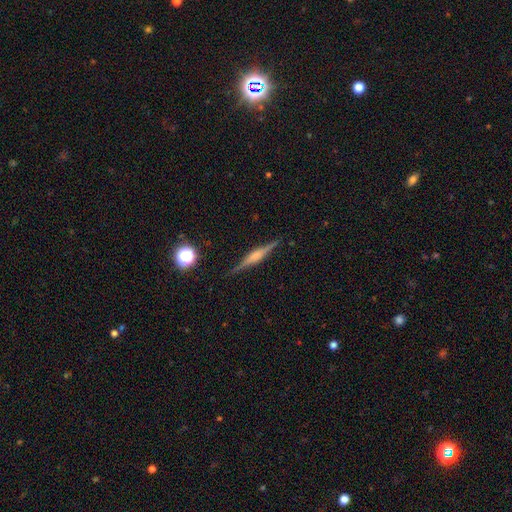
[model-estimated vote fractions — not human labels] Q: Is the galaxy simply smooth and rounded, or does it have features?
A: featured or disk — 76%.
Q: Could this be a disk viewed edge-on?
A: yes — 98%.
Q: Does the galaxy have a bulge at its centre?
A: rounded — 59%.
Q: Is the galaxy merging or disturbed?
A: none — 88%.